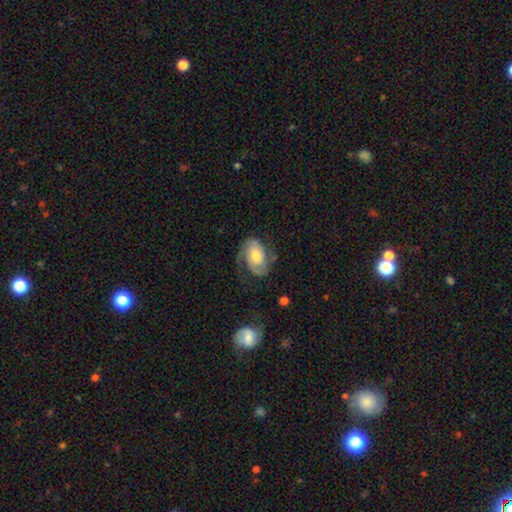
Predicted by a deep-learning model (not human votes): This is likely a featured or disk galaxy (77%). It is clearly not viewed edge-on (97%). Bar: likely no (67%). Spiral arm pattern: clearly yes (94%). Spiral arm count: likely 2 (71%). Spiral winding: marginally medium (41%, tied with tight). Central bulge: possibly moderate (57%). Merging: possibly none (59%).